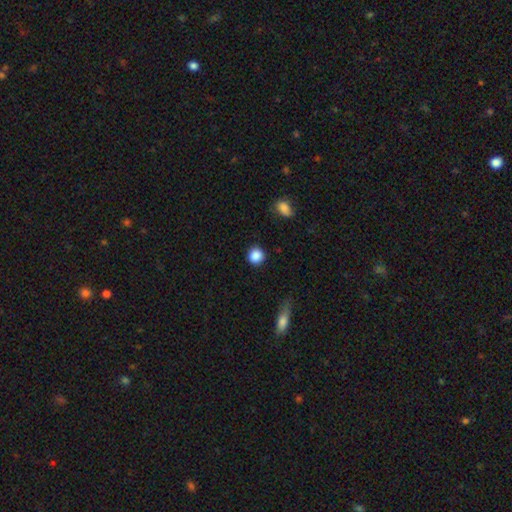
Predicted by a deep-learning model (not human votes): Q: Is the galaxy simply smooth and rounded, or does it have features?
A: smooth — 87%.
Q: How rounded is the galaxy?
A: round — 89%.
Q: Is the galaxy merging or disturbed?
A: none — 87%.